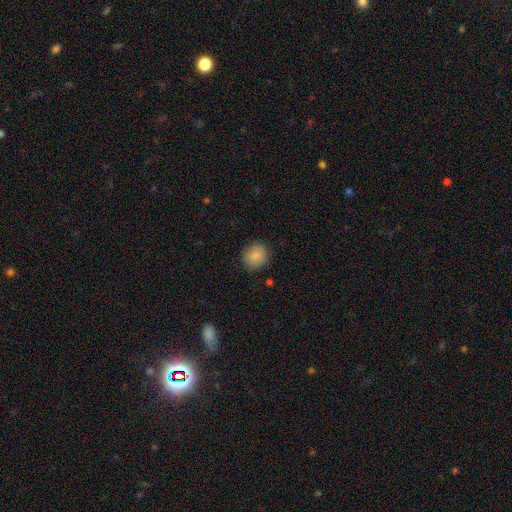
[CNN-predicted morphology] A smooth galaxy with no disk features (88%) that is round (86%). Merging: none (88%).